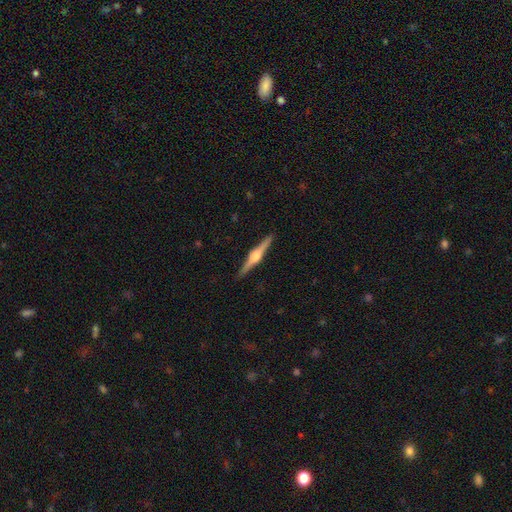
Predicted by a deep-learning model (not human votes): The model was most divided on "smooth or featured": featured or disk: 81%, smooth: 14%, star or artifact: 5%. More confident: edge-on disk — yes (98%); merging — none (92%); edge-on bulge — rounded (91%).